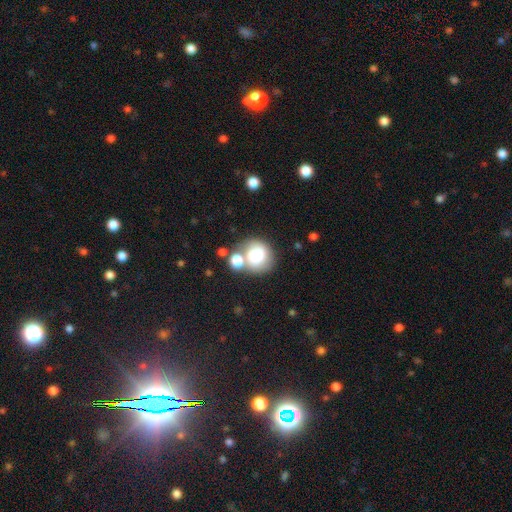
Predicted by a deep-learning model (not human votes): This appears to be a smooth galaxy with no disk features (74%) that is round (81%). Merging: none (49%).